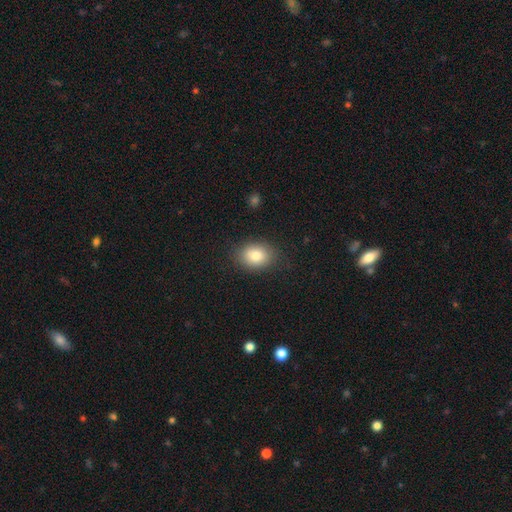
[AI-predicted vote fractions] A smooth galaxy with no disk features (81%) that is in between round and cigar-shaped (62%). Merging: none (84%).